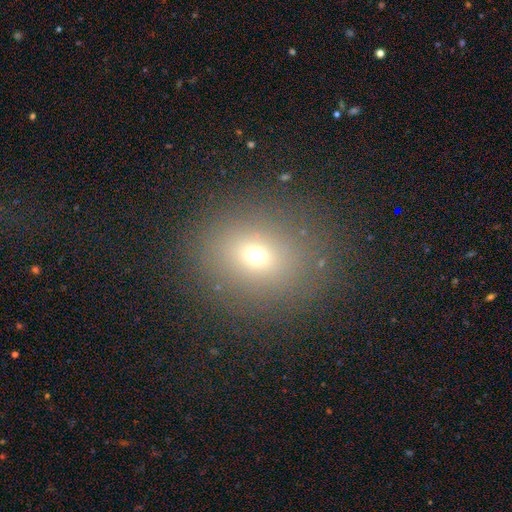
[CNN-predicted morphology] A smooth galaxy with no disk features (65%) that is round (69%). Merging: none (84%).